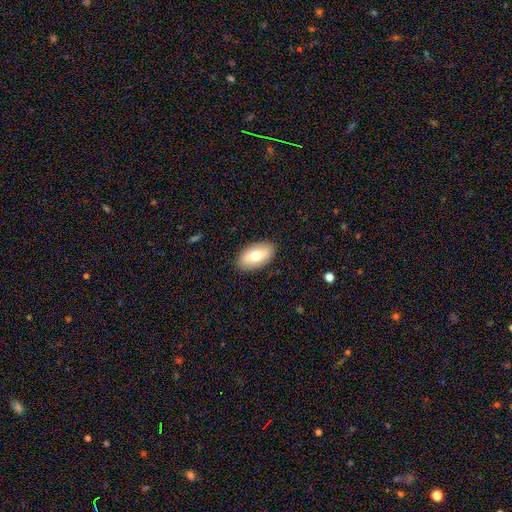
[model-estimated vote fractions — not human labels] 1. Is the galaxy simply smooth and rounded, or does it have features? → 69% smooth, 25% featured or disk, 6% star or artifact.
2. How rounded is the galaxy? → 94% in between, 4% round, 2% cigar-shaped.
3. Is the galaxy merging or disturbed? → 88% none, 9% minor disturbance, 2% major disturbance, 1% merger.